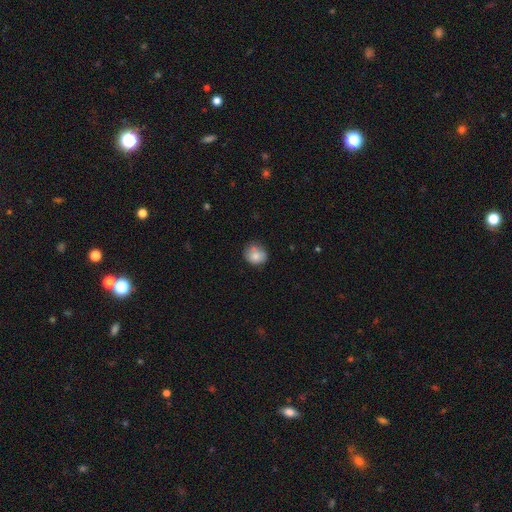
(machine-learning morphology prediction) Smooth or featured? Predicted: smooth (p=0.78). How rounded? Predicted: round (p=0.73). Merging? Predicted: none (p=0.62).